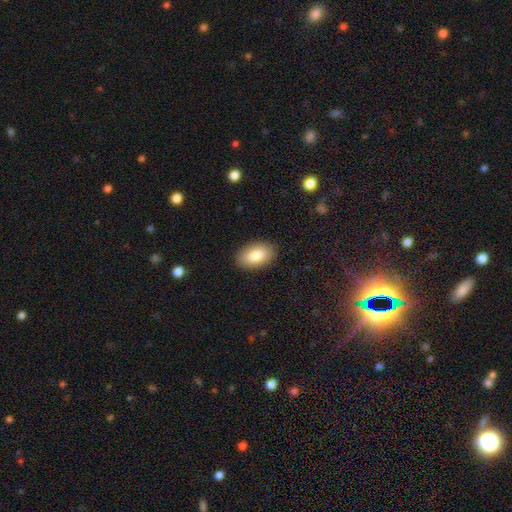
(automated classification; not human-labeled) Morphology: type=smooth (84%); roundness=in between (94%); merging=none (89%).